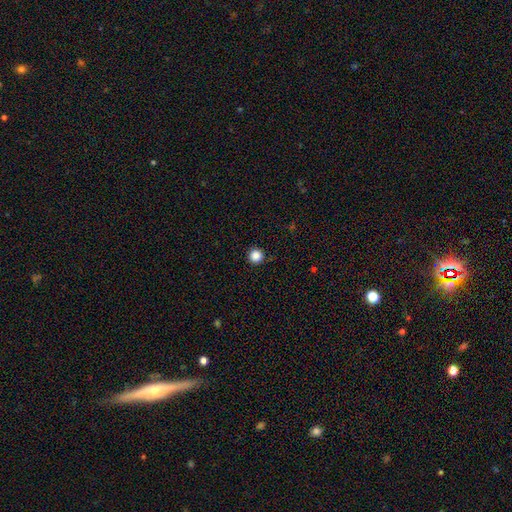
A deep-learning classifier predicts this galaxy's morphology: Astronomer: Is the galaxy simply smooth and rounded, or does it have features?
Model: smooth — 86%.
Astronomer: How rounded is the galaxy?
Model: round — 96%.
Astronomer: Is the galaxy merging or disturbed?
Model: none — 91%.